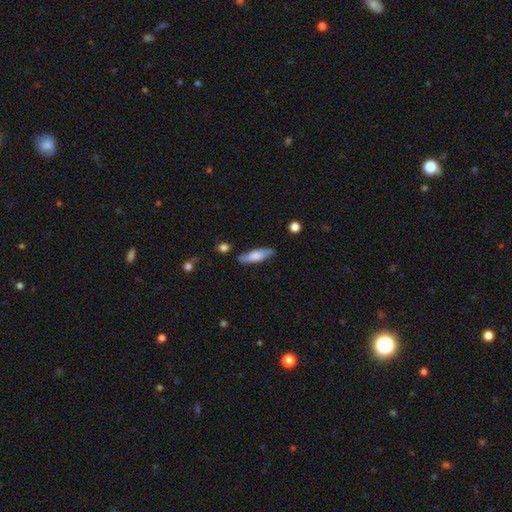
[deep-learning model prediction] Smooth or featured? smooth (65%)
How rounded? cigar-shaped (55%)
Merging? none (77%)